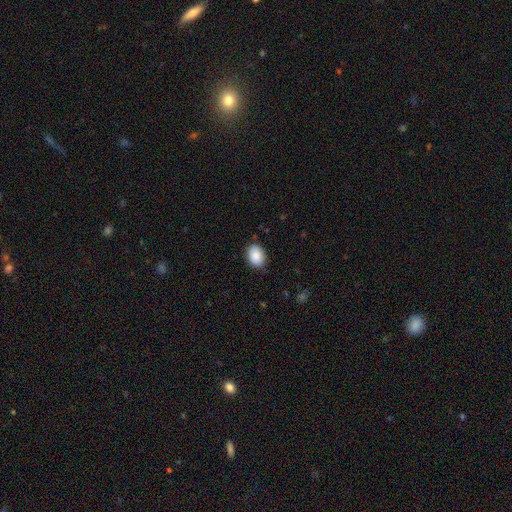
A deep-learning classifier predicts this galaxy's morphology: smooth 89%, star or artifact 7%, featured or disk 5%. Down the decision tree: how rounded — in between (78%); merging — none (85%).